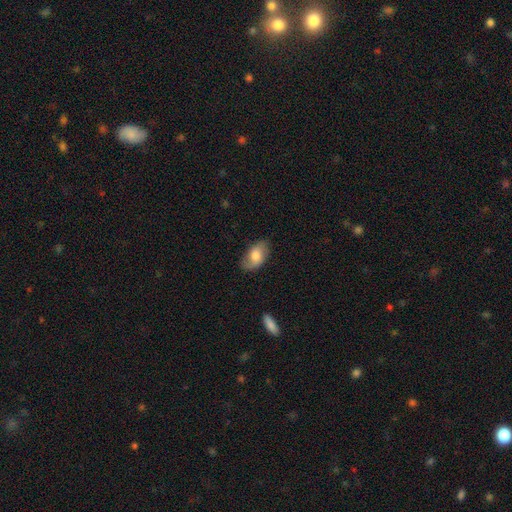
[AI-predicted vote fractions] smooth 64%, featured or disk 30%, star or artifact 7%. Down the decision tree: how rounded — in between (92%); merging — none (76%).